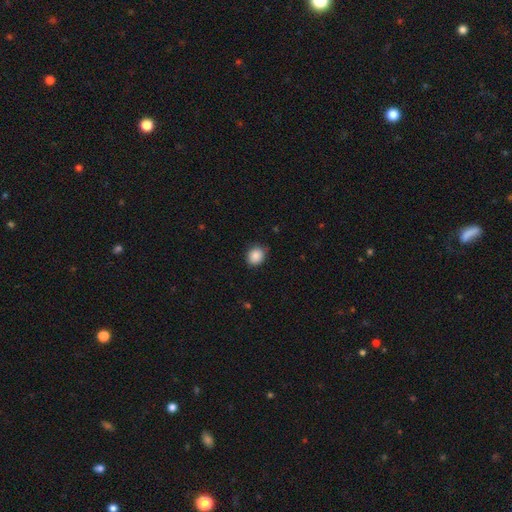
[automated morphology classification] smooth-or-featured: smooth: 88% | star or artifact: 8% | featured or disk: 3%
  how-rounded: round: 64% | in between: 35% | cigar-shaped: 1%
  merging: none: 80% | minor disturbance: 16% | major disturbance: 3% | merger: 1%